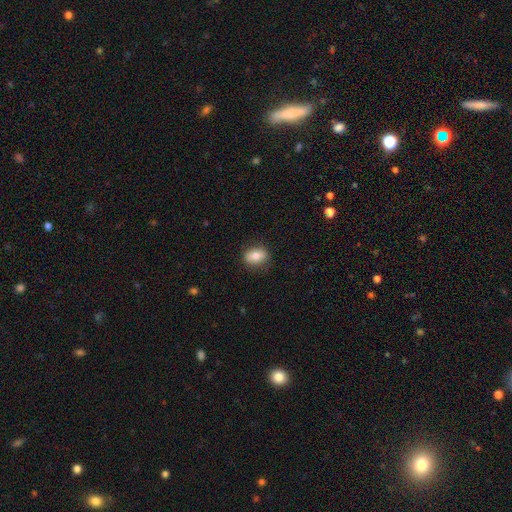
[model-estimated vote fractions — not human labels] This is likely a smooth galaxy (76%). How rounded: likely in between (70%). Merging: clearly none (82%).